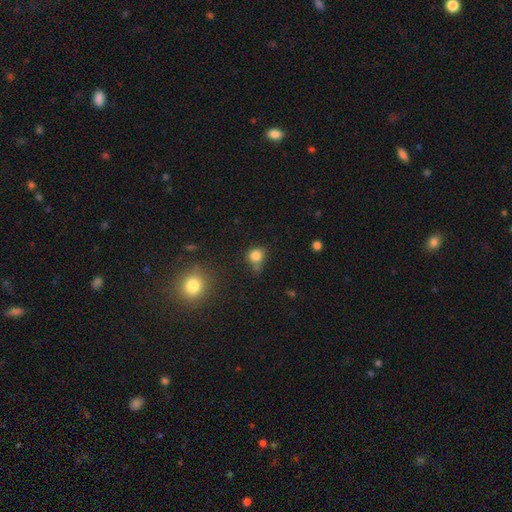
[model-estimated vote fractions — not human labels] Q: Smooth or featured?
A: smooth (81%); runner-up: star or artifact (13%)
Q: How rounded?
A: round (81%); runner-up: in between (18%)
Q: Merging?
A: none (56%); runner-up: minor disturbance (24%)